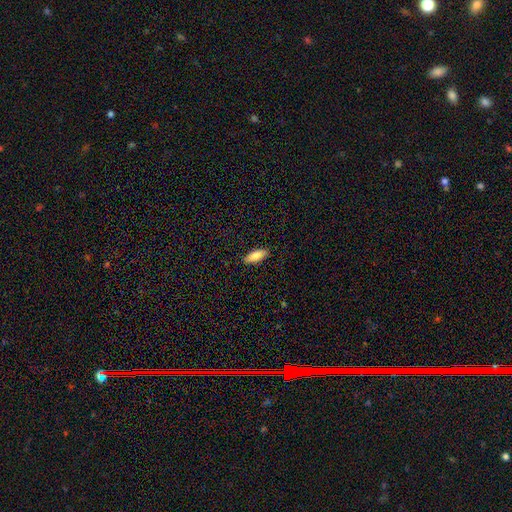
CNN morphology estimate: A smooth galaxy with no disk features (80%) that is in between round and cigar-shaped (74%).

Vote fractions:
- Smooth or featured? smooth: 80% / featured or disk: 14% / star or artifact: 6%
- How rounded? in between: 74% / cigar-shaped: 24% / round: 2%
- Merging? none: 88% / minor disturbance: 10% / major disturbance: 2% / merger: 1%